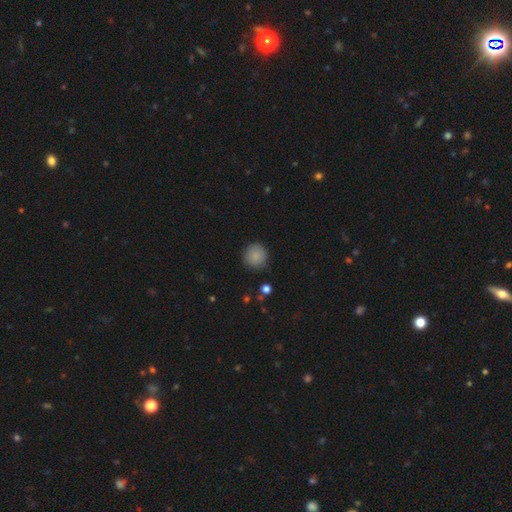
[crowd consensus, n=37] A smooth galaxy with no disk features (89%) that is round (97%).

Vote fractions:
- Smooth or featured? smooth: 89% / featured or disk: 5% / star or artifact: 5%
- How rounded? round: 97% / in between: 3% / cigar-shaped: 0%
- Merging? none: 86% / minor disturbance: 6% / major disturbance: 6% / merger: 3%